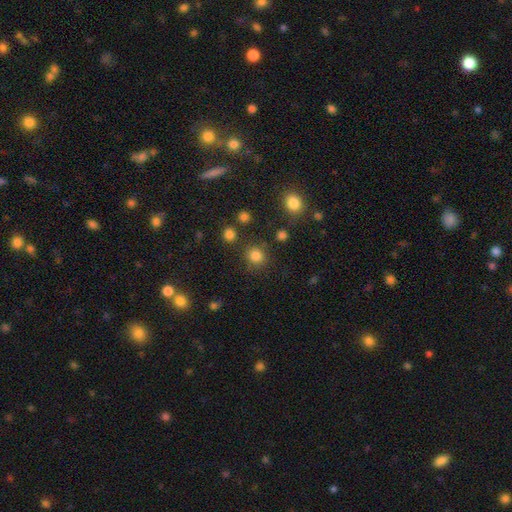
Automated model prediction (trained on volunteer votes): Q: Smooth or featured?
A: smooth (82%); runner-up: star or artifact (14%)
Q: How rounded?
A: round (85%); runner-up: in between (14%)
Q: Merging?
A: none (80%); runner-up: minor disturbance (10%)